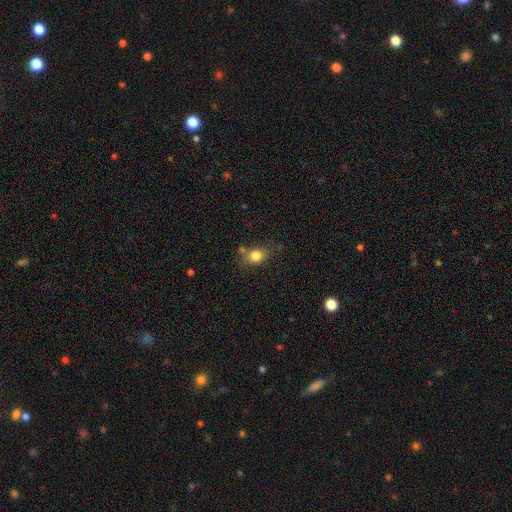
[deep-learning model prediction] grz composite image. It shows a smooth galaxy with no disk features (81%) that is in between round and cigar-shaped (55%). Merging: none (64%).